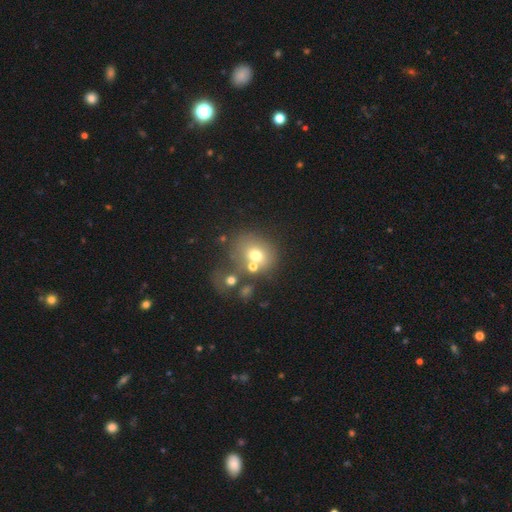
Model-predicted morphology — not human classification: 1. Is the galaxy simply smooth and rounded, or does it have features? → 65% smooth, 20% featured or disk, 15% star or artifact.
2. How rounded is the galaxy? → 71% round, 28% in between, 1% cigar-shaped.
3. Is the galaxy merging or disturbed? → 46% none, 32% merger, 13% minor disturbance, 9% major disturbance.